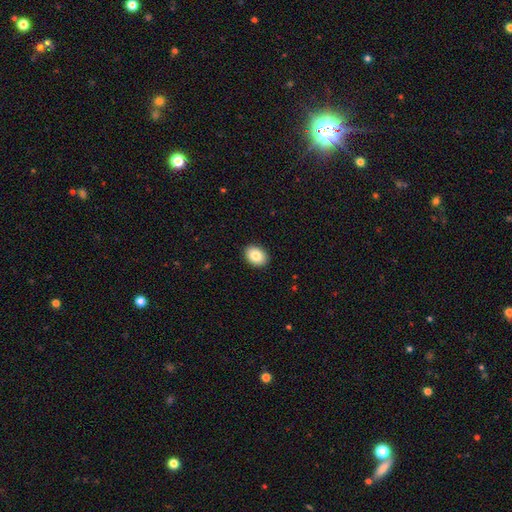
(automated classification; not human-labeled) Smooth or featured? Predicted: smooth (p=0.85). How rounded? Predicted: in between (p=0.73). Merging? Predicted: none (p=0.91).